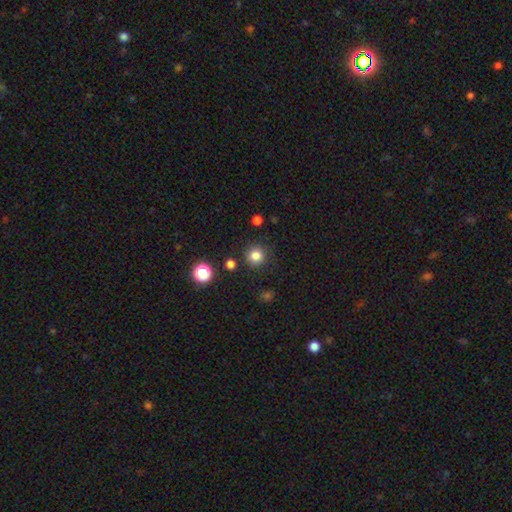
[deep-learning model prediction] Morphology: type=smooth (82%); roundness=round (94%); merging=none (88%).